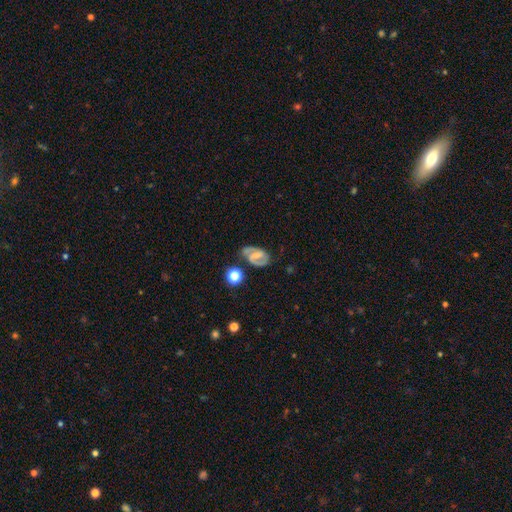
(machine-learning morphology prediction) Q: Smooth or featured?
A: featured or disk (71%); runner-up: smooth (21%)
Q: Edge-on disk?
A: no (96%); runner-up: yes (4%)
Q: Bar?
A: strong (48%); runner-up: weak (37%)
Q: Spiral arms?
A: yes (83%); runner-up: no (17%)
Q: Spiral winding?
A: medium (47%); runner-up: tight (36%)
Q: Spiral arm count?
A: 2 (84%); runner-up: can't tell (9%)
Q: Bulge size?
A: small (39%); runner-up: moderate (27%)
Q: Merging?
A: none (72%); runner-up: minor disturbance (17%)